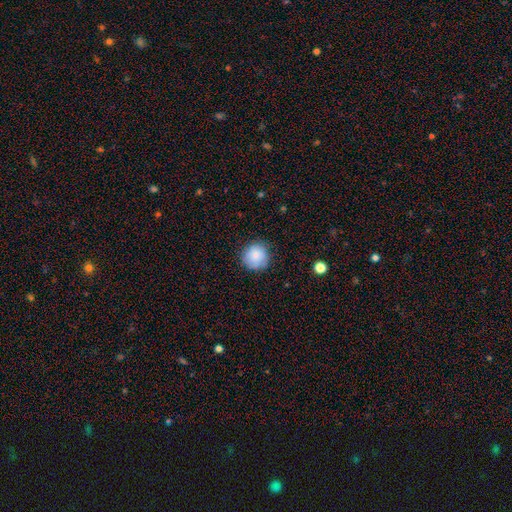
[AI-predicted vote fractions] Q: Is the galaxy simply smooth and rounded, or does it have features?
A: smooth — 82%.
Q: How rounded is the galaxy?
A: round — 93%.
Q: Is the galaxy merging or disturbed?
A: none — 80%.